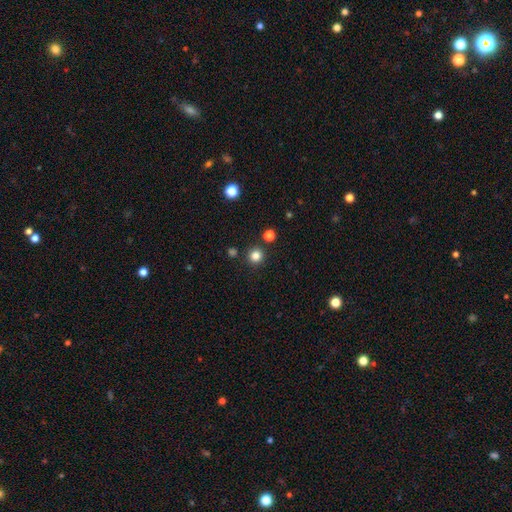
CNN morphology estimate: type=smooth (82%); roundness=round (95%); merging=none (89%).